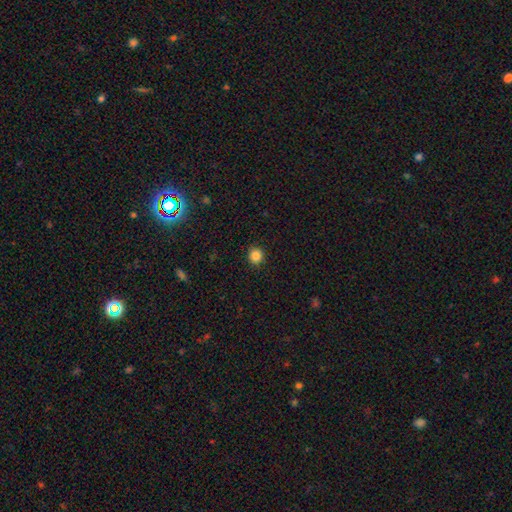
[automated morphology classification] This is clearly a smooth galaxy (85%). How rounded: clearly round (91%). Merging: clearly none (91%).